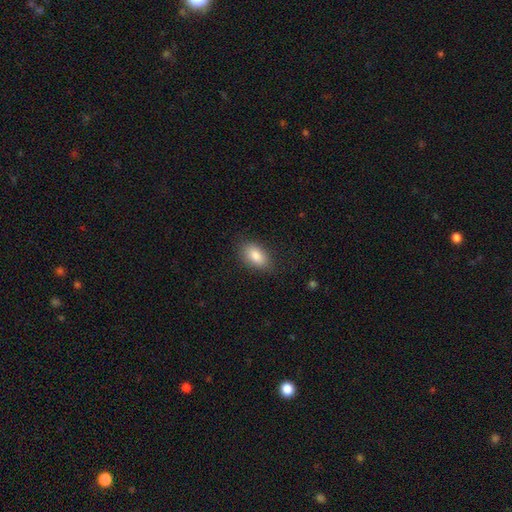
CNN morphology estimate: smooth 84%, featured or disk 8%, star or artifact 7%. Down the decision tree: how rounded — in between (91%); merging — none (82%).